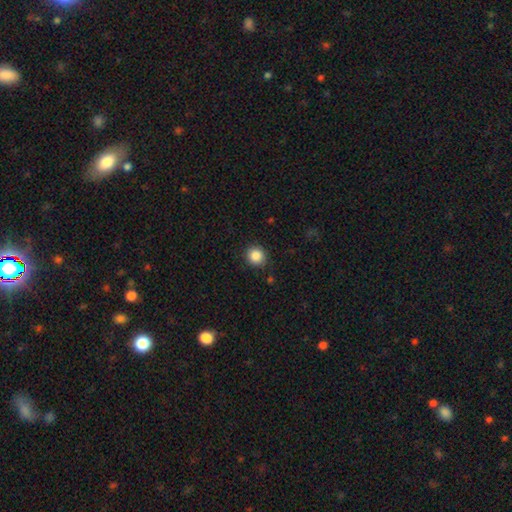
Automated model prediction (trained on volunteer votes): Q: Smooth or featured?
A: smooth (87%); runner-up: star or artifact (10%)
Q: How rounded?
A: round (90%); runner-up: in between (9%)
Q: Merging?
A: none (89%); runner-up: minor disturbance (7%)